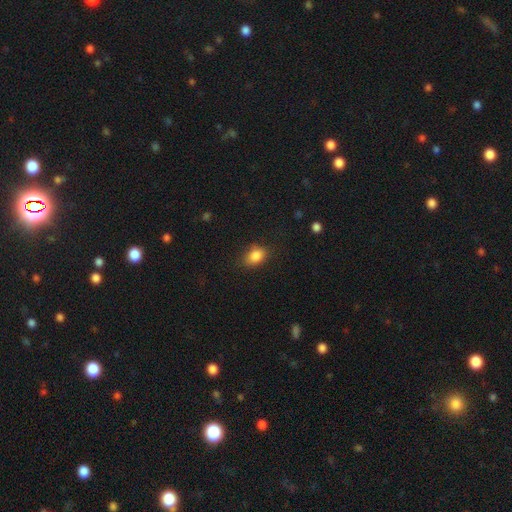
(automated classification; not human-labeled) smooth 85%, star or artifact 9%, featured or disk 6%. Down the decision tree: how rounded — in between (73%); merging — none (76%).